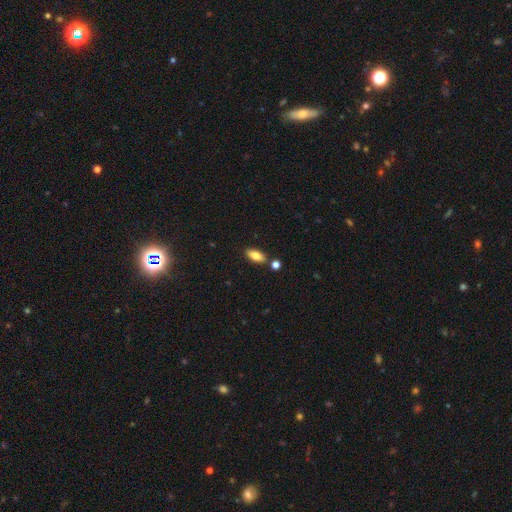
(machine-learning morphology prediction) Overall: smooth (81%). How rounded: in between (87%). Merging: none (81%).